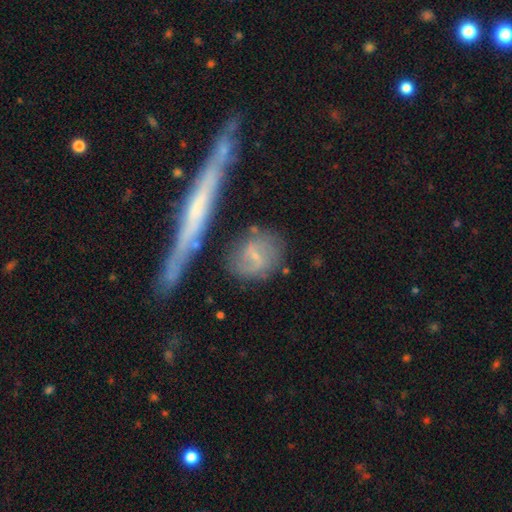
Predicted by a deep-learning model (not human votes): smooth_or_featured: featured or disk (p=0.58) [alt: smooth p=0.34]
disk_edge_on: no (p=0.87) [alt: yes p=0.13]
bar: weak (p=0.49) [alt: no p=0.28]
has_spiral_arms: yes (p=0.73) [alt: no p=0.27]
bulge_size: small (p=0.59) [alt: moderate p=0.20]
merging: none (p=0.69) [alt: minor disturbance p=0.17]